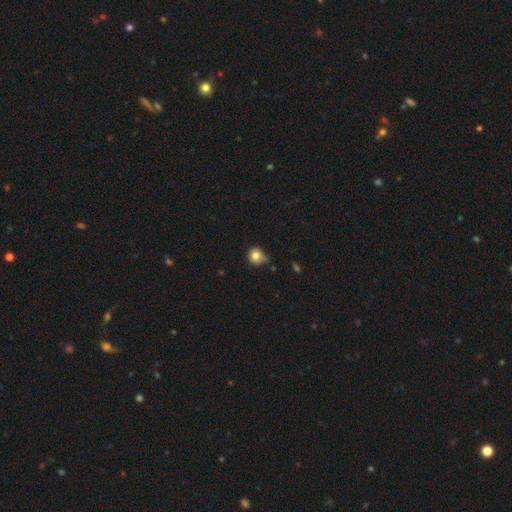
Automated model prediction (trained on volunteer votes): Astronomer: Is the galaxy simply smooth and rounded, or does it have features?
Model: smooth — 81%.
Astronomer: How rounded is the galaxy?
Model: round — 87%.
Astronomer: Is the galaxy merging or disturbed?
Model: none — 58%.